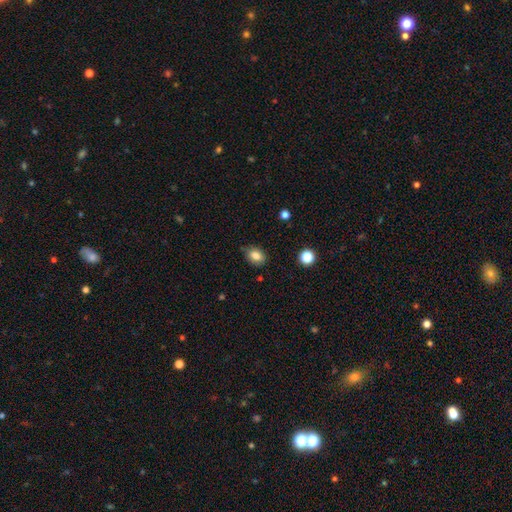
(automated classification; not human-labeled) This is clearly a smooth galaxy (83%). How rounded: likely in between (66%). Merging: likely none (77%).